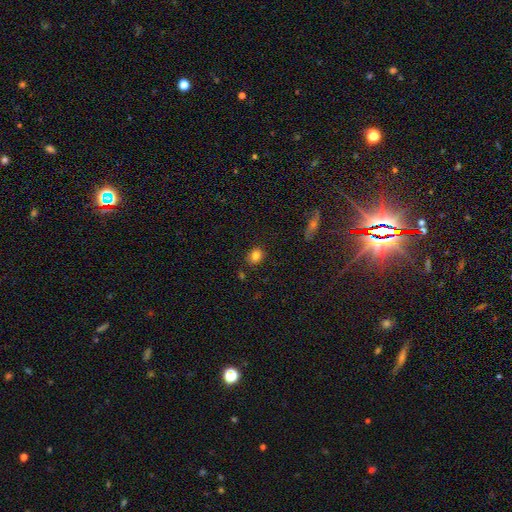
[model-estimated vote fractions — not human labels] Q: Smooth or featured?
A: smooth (82%); runner-up: star or artifact (10%)
Q: How rounded?
A: round (53%); runner-up: in between (46%)
Q: Merging?
A: none (83%); runner-up: minor disturbance (12%)